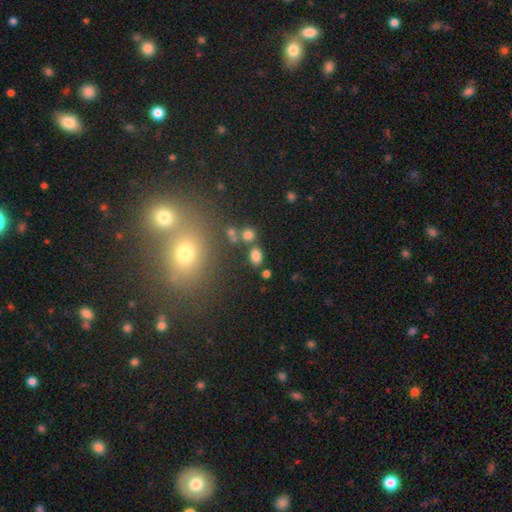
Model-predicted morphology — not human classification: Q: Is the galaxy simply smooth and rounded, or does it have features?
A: smooth — 79%.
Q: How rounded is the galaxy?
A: in between — 74%.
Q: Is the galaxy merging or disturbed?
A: none — 74%.